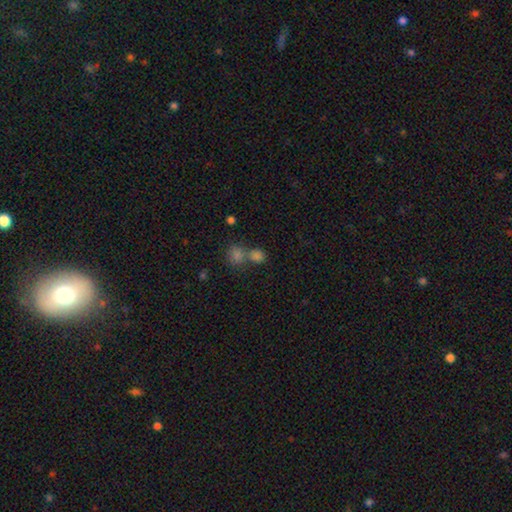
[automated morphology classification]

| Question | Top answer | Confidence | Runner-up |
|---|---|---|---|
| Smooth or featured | smooth | 74% | star or artifact (18%) |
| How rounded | round | 69% | in between (29%) |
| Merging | merger | 45% | none (44%) |